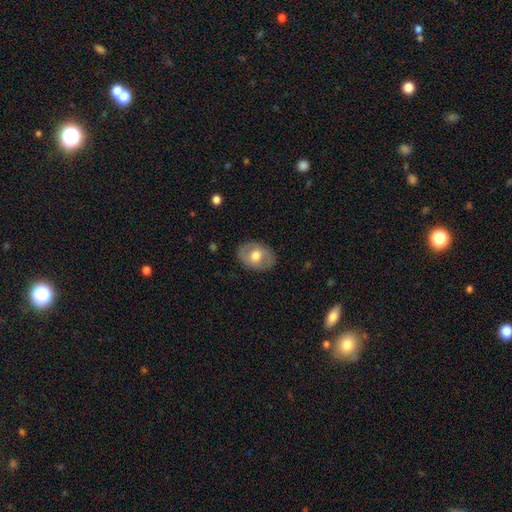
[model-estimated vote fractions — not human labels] A smooth galaxy with no disk features (56%) that is in between round and cigar-shaped (72%). Merging: none (84%).